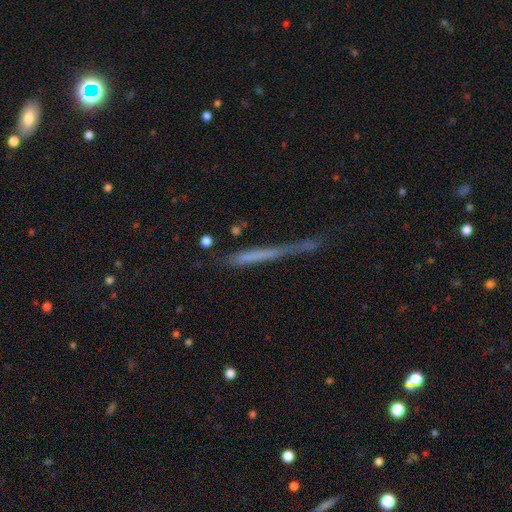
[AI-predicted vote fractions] A smooth galaxy with no disk features (45%, tied with featured or disk).

Vote fractions:
- Smooth or featured? smooth: 45% (tied) / featured or disk: 45% (tied) / star or artifact: 10%
- Merging? none: 58% / minor disturbance: 24% / major disturbance: 12% / merger: 6%